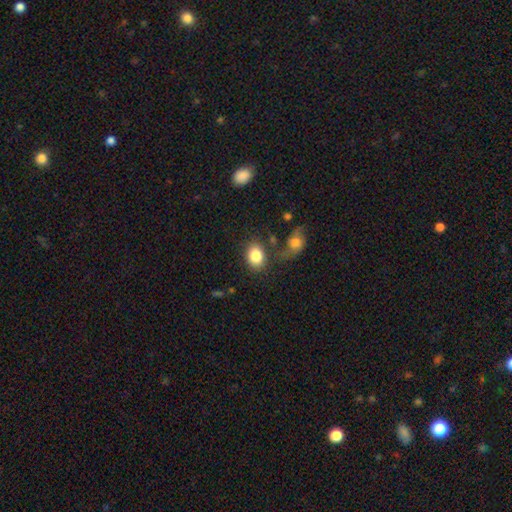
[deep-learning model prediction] Morphology: type=smooth (85%); roundness=in between (62%); merging=none (67%).